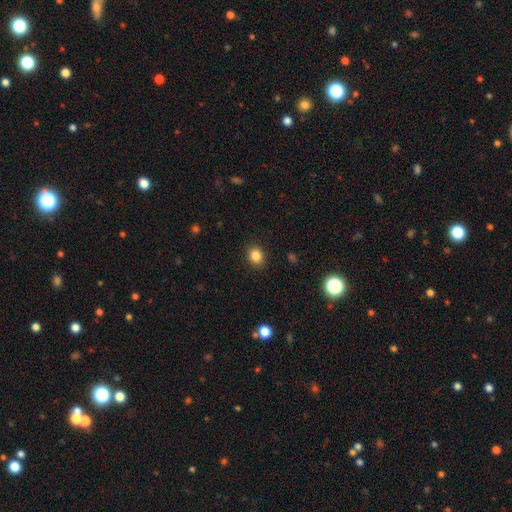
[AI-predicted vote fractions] Morphology: type=smooth (85%); roundness=round (60%); merging=none (90%).